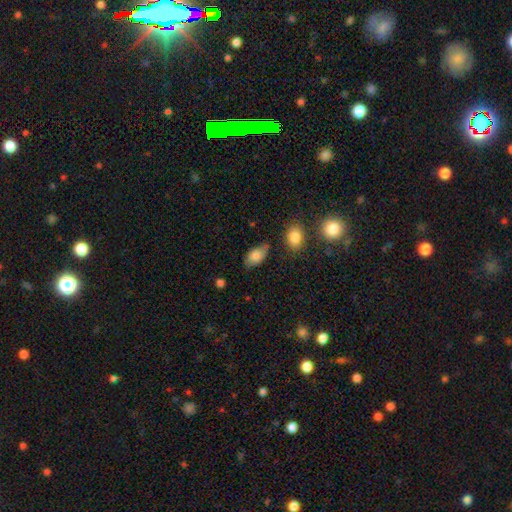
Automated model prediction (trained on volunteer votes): Smooth or featured? smooth (81%)
How rounded? in between (91%)
Merging? none (65%)